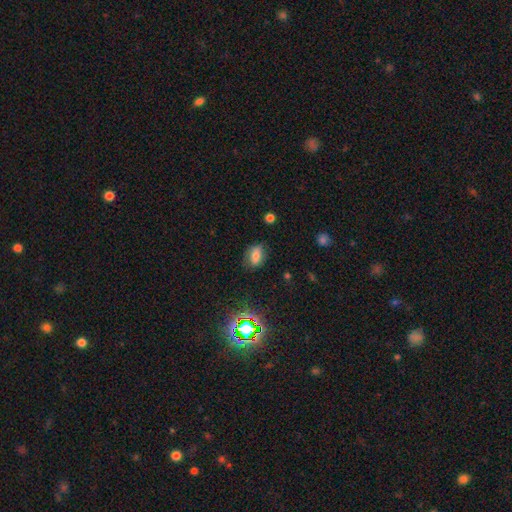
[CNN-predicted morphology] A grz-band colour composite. It shows a smooth galaxy with no disk features (70%) that is in between round and cigar-shaped (79%). Merging: none (73%).